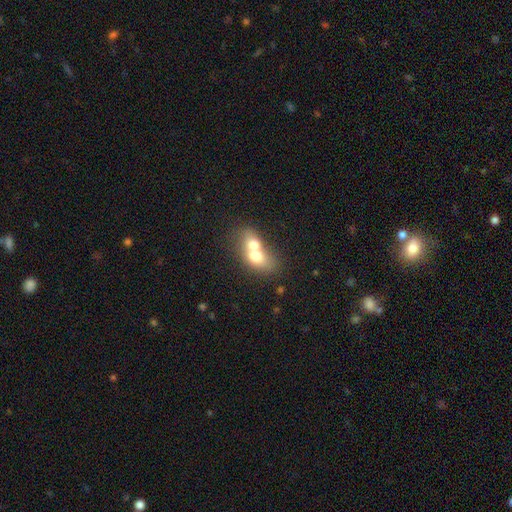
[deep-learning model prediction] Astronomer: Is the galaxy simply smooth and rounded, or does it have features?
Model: smooth — 64%.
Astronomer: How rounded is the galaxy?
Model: in between — 70%.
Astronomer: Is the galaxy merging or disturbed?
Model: merger — 76%.